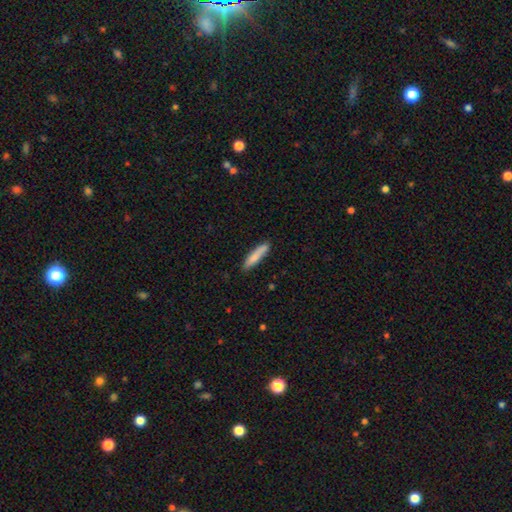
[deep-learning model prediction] The model was most divided on "merging": none: 81%, minor disturbance: 14%, merger: 3%, major disturbance: 2%. More confident: how rounded — cigar-shaped (83%); smooth or featured — smooth (81%).